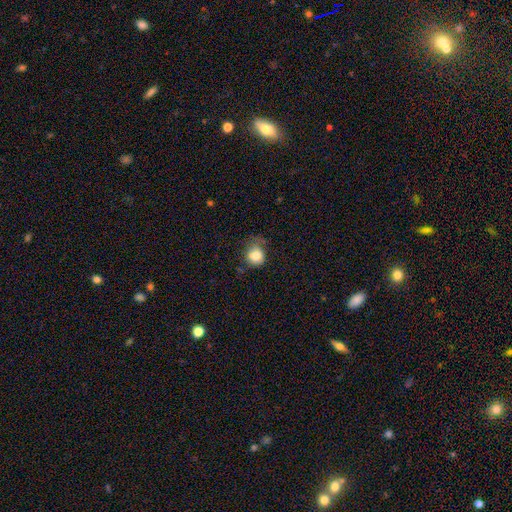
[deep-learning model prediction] smooth_or_featured: smooth (p=0.80) [alt: featured or disk p=0.10]
how_rounded: round (p=0.68) [alt: in between p=0.31]
merging: none (p=0.45) [alt: minor disturbance p=0.32]